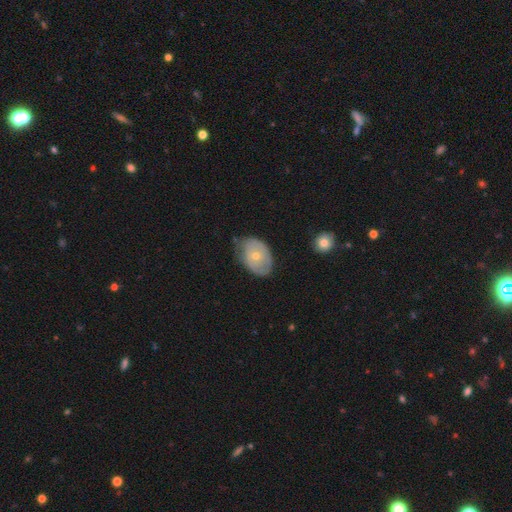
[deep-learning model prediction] This is possibly a featured or disk galaxy (48%). Merging: possibly none (59%).